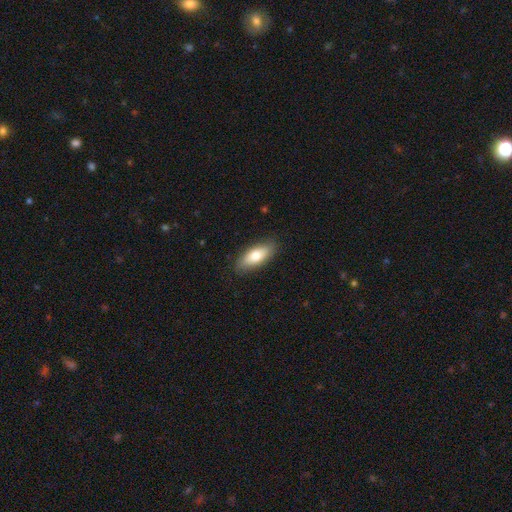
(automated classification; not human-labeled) A smooth galaxy with no disk features (75%) that is in between round and cigar-shaped (81%).

Vote fractions:
- Smooth or featured? smooth: 75% / featured or disk: 19% / star or artifact: 6%
- How rounded? in between: 81% / cigar-shaped: 16% / round: 2%
- Merging? none: 86% / minor disturbance: 10% / major disturbance: 2% / merger: 1%